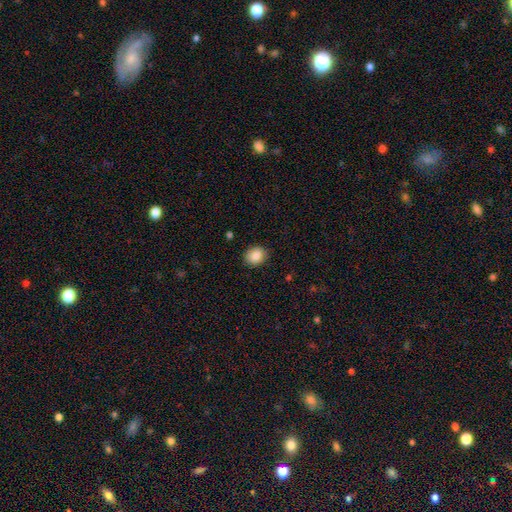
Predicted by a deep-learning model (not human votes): smooth 86%, star or artifact 8%, featured or disk 5%. Down the decision tree: how rounded — round (64%); merging — none (88%).